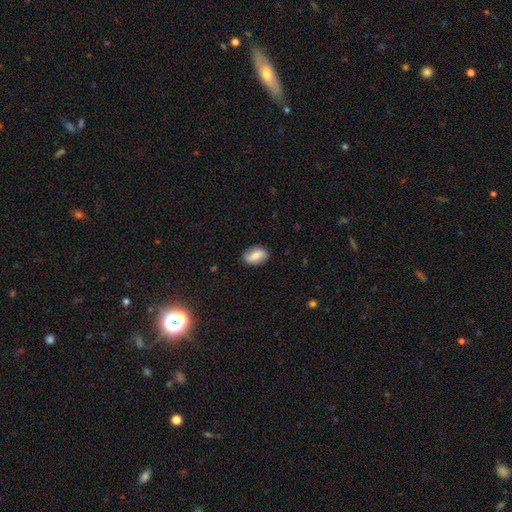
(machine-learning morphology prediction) The model was most divided on "smooth or featured": smooth: 63%, featured or disk: 29%, star or artifact: 8%. More confident: how rounded — in between (87%); merging — none (84%).